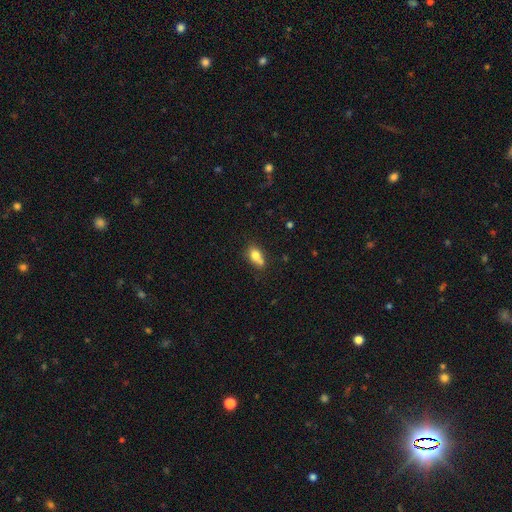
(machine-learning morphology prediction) Overall: smooth (75%). How rounded: in between (75%). Merging: none (43%; merger 28%).